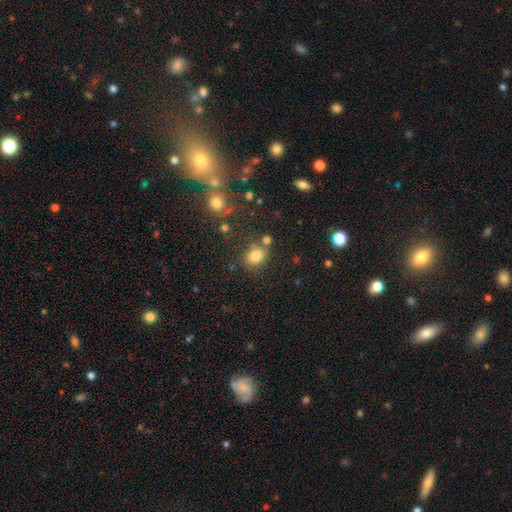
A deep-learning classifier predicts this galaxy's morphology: A smooth galaxy with no disk features (79%) that is in between round and cigar-shaped (56%). Merging: none (70%).